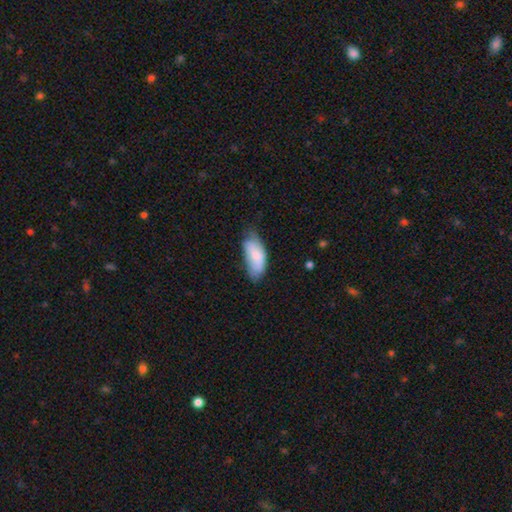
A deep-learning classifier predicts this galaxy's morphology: Smooth or featured? smooth (78%)
How rounded? in between (89%)
Merging? none (47%)